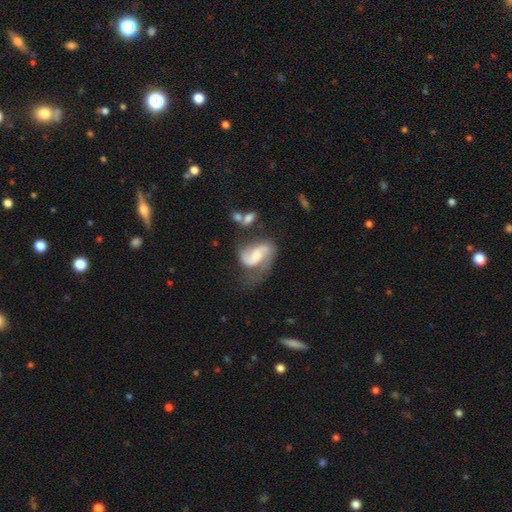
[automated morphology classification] featured or disk 81%, smooth 13%, star or artifact 6%. Down the decision tree: edge-on disk — no (98%); bar — weak (44%); spiral arms — yes (94%); spiral arm count — 2 (82%); spiral winding — medium (48%); bulge size — moderate (39%); merging — none (40%).